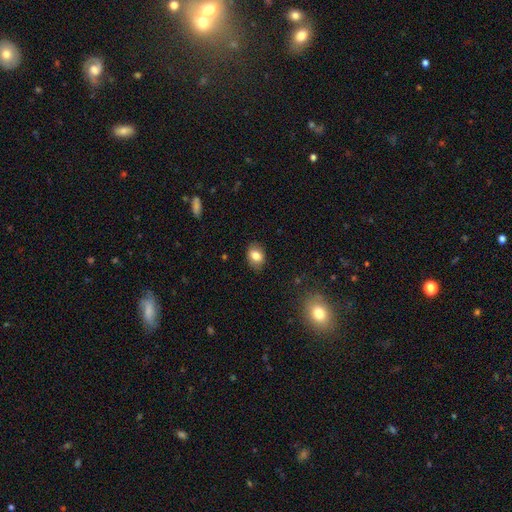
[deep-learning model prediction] A smooth galaxy with no disk features (81%) that is in between round and cigar-shaped (71%).

Vote fractions:
- Smooth or featured? smooth: 81% / featured or disk: 10% / star or artifact: 9%
- How rounded? in between: 71% / round: 28% / cigar-shaped: 1%
- Merging? none: 84% / minor disturbance: 12% / major disturbance: 3% / merger: 1%